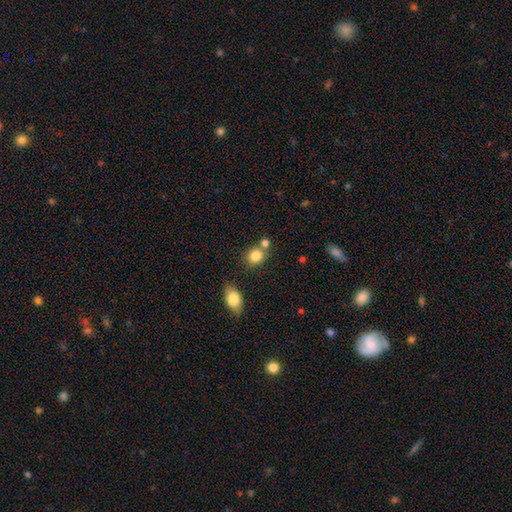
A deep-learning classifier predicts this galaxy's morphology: Smooth or featured? Predicted: smooth (p=0.83). How rounded? Predicted: round (p=0.65). Merging? Predicted: none (p=0.61).